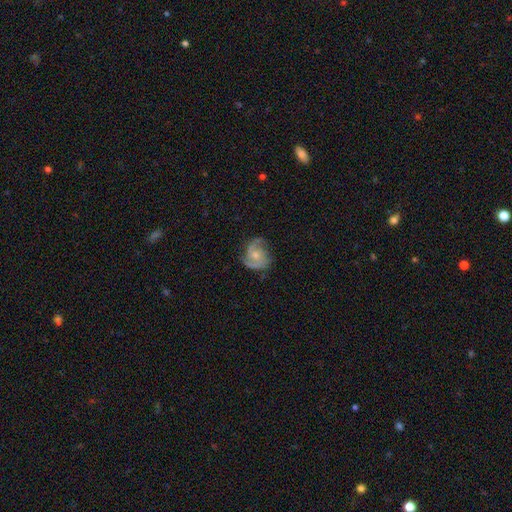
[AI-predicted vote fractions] smooth-or-featured: featured or disk: 82% | smooth: 12% | star or artifact: 6%
  disk-edge-on: no: 98% | yes: 2%
    bar: no: 69% | weak: 26% | strong: 4%
    has-spiral-arms: yes: 96% | no: 4%
      spiral-winding: medium: 51% | tight: 29% | loose: 20%
      spiral-arm-count: 2: 81% | 3: 6% | can't tell: 6% | 1: 3% | 4: 1% | more than 4: 1%
    bulge-size: moderate: 47% | small: 45% | none: 5% | large: 3% | dominant: 1%
  merging: none: 68% | minor disturbance: 21% | major disturbance: 9% | merger: 2%